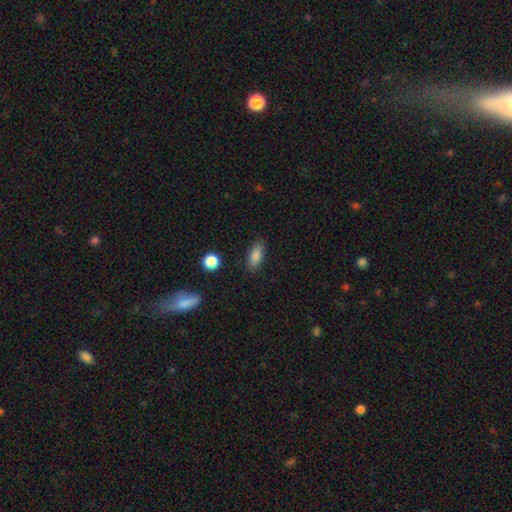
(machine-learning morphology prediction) smooth_or_featured: smooth (p=0.84) [alt: star or artifact p=0.09]
how_rounded: in between (p=0.82) [alt: cigar-shaped p=0.14]
merging: none (p=0.85) [alt: minor disturbance p=0.11]